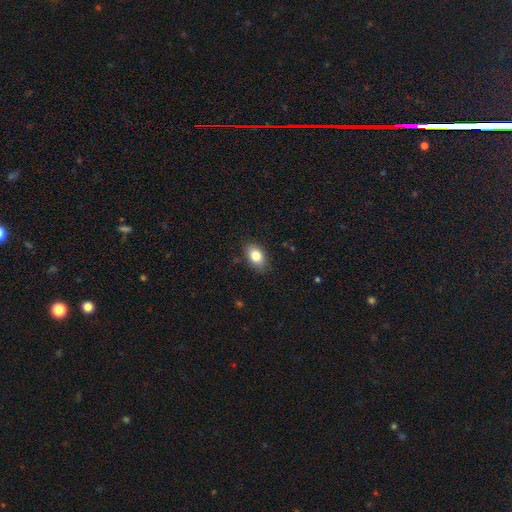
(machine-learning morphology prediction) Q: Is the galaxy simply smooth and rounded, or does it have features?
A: smooth — 81%.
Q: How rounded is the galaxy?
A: in between — 87%.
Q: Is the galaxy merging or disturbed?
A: none — 84%.